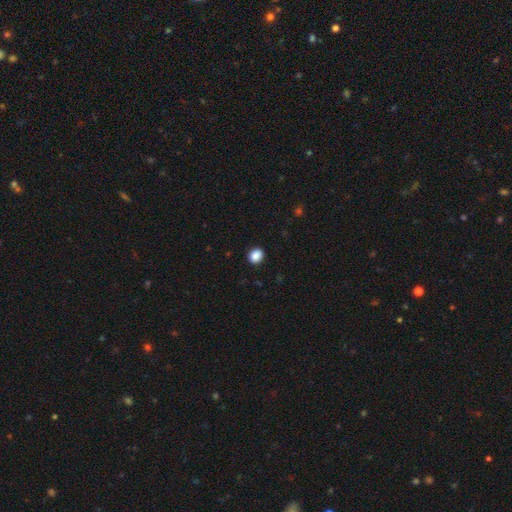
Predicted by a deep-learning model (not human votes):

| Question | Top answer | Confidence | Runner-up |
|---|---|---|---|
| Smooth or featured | smooth | 88% | star or artifact (9%) |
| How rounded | round | 69% | in between (30%) |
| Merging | none | 91% | minor disturbance (6%) |